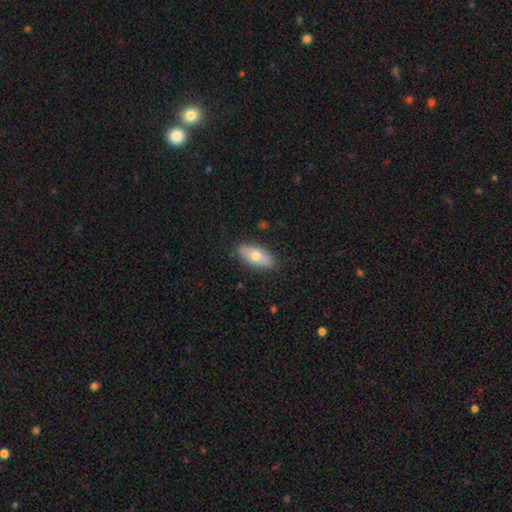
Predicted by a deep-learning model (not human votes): The model was most divided on "smooth or featured": smooth: 69%, featured or disk: 24%, star or artifact: 6%. More confident: merging — none (87%); how rounded — in between (84%).